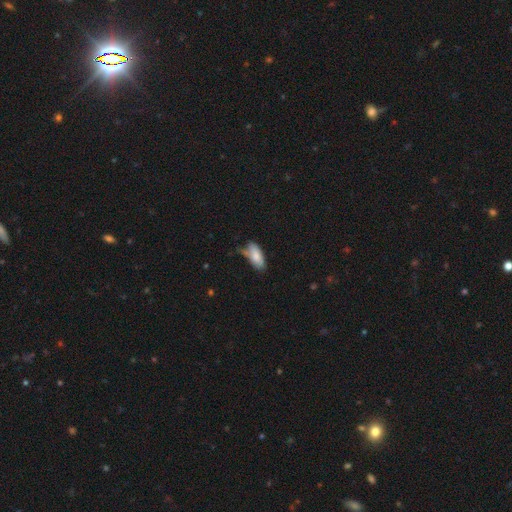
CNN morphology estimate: smooth_or_featured: smooth (p=0.82) [alt: featured or disk p=0.12]
how_rounded: in between (p=0.86) [alt: cigar-shaped p=0.12]
merging: none (p=0.48) [alt: minor disturbance p=0.35]